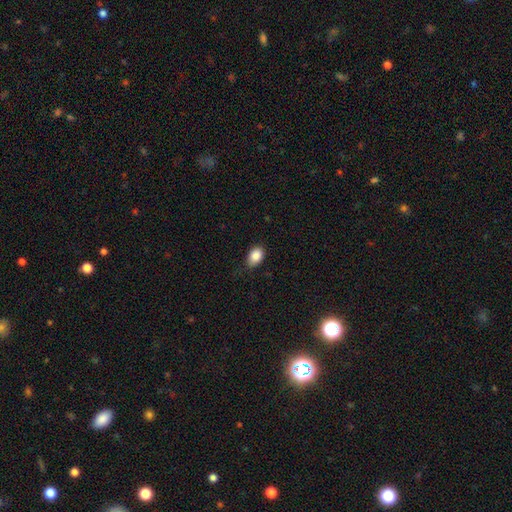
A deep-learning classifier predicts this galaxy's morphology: A smooth galaxy with no disk features (88%) that is in between round and cigar-shaped (78%). Merging: none (75%).